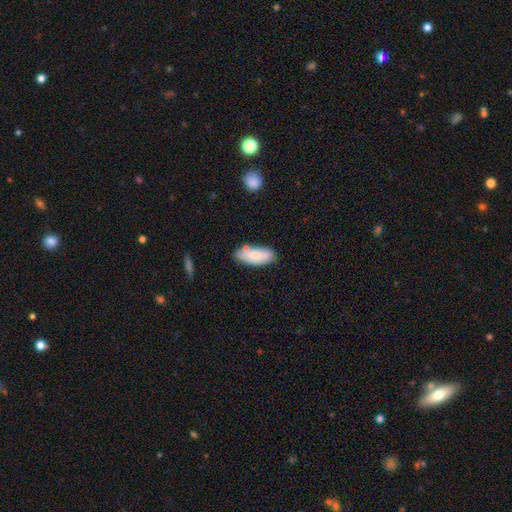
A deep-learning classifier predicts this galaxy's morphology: smooth-or-featured: smooth: 78% | featured or disk: 15% | star or artifact: 6%
  how-rounded: in between: 82% | cigar-shaped: 16% | round: 2%
  merging: none: 70% | minor disturbance: 19% | merger: 8% | major disturbance: 4%